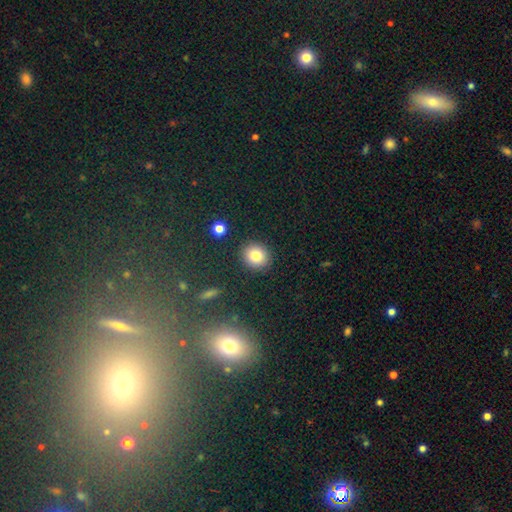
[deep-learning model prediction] smooth 81%, star or artifact 11%, featured or disk 8%. Down the decision tree: how rounded — round (82%); merging — none (89%).